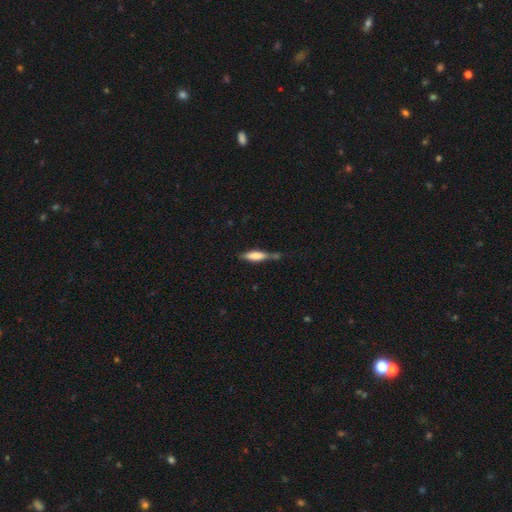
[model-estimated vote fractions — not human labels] Smooth or featured? Predicted: smooth (p=0.63). How rounded? Predicted: cigar-shaped (p=0.65). Merging? Predicted: none (p=0.56).